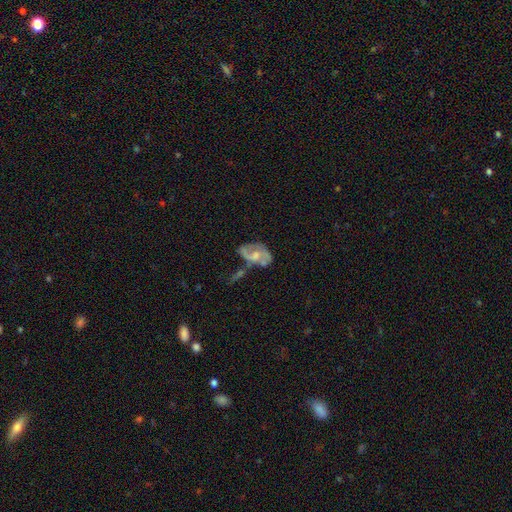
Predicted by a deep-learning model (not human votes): Smooth or featured? featured or disk (62%)
Edge-on disk? no (95%)
Bar? no (64%)
Spiral arms? yes (59%)
Bulge size? moderate (51%)
Merging? none (32%)